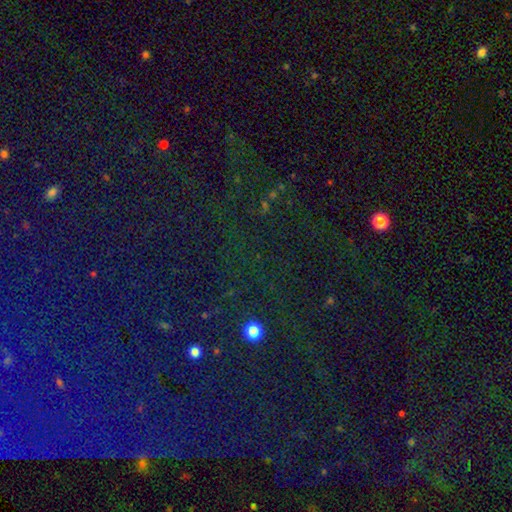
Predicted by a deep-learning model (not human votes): A star or artifact, not a galaxy (81%).